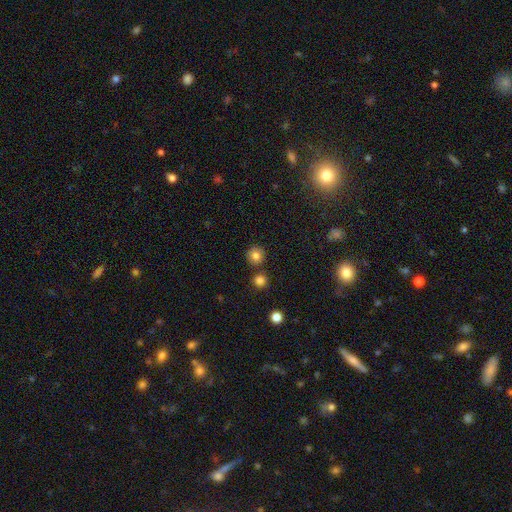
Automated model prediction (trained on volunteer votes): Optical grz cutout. It shows a smooth galaxy with no disk features (82%) that is round (93%). Merging: none (82%).